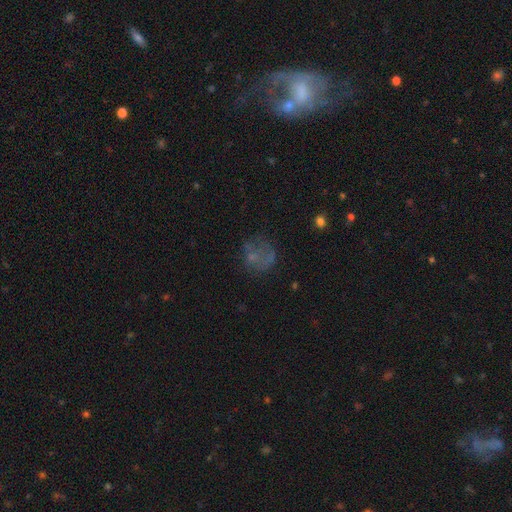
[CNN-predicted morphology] This is marginally a smooth galaxy (44%). Merging: possibly none (46%).